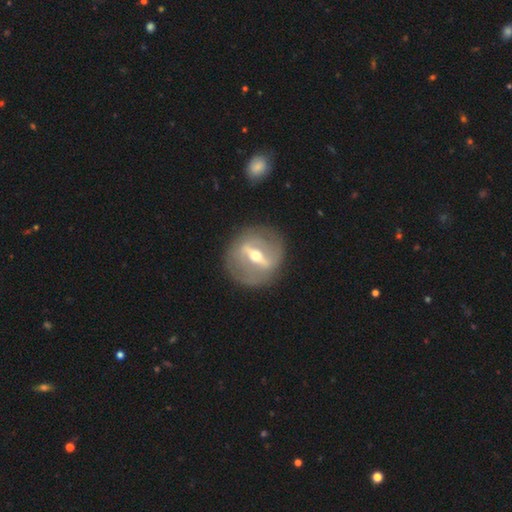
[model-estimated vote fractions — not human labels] A featured or disk galaxy (81%) with a strong bar (80%), no spiral arms (67%) and a moderate central bulge (65%).

Vote fractions:
- Smooth or featured? featured or disk: 81% / smooth: 13% / star or artifact: 6%
- Edge-on disk? no: 74% / yes: 26%
- Bar? strong: 80% / weak: 15% / no: 5%
- Spiral arms? no: 67% / yes: 33%
- Bulge size? moderate: 65% / small: 29% / large: 4% / dominant: 1% / none: 1%
- Merging? none: 84% / minor disturbance: 10% / major disturbance: 5% / merger: 2%